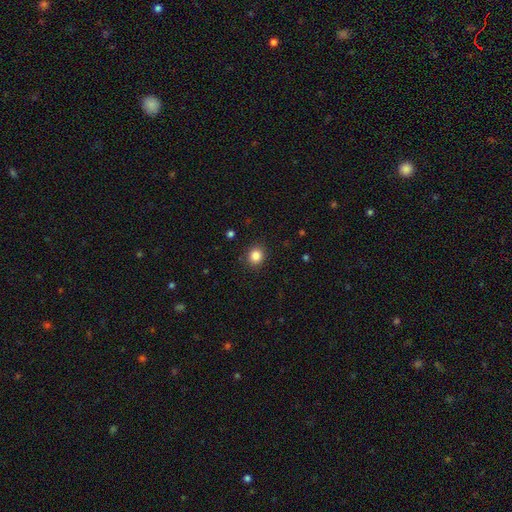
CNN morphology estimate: Overall: smooth (85%). How rounded: round (81%). Merging: none (89%).